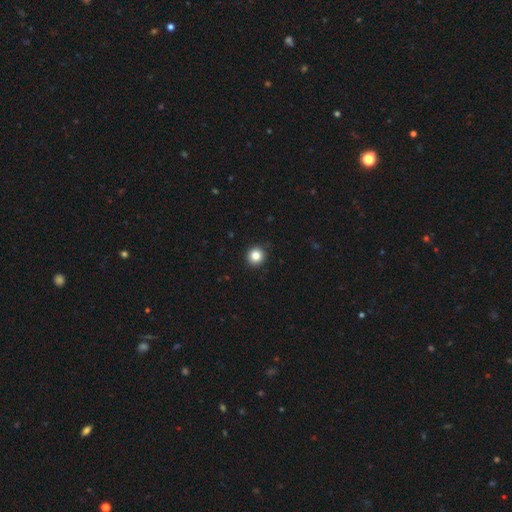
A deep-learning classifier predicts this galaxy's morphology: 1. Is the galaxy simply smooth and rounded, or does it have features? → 84% smooth, 11% star or artifact, 5% featured or disk.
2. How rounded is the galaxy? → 94% round, 5% in between, 1% cigar-shaped.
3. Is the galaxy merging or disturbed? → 93% none, 5% minor disturbance, 1% major disturbance, 1% merger.